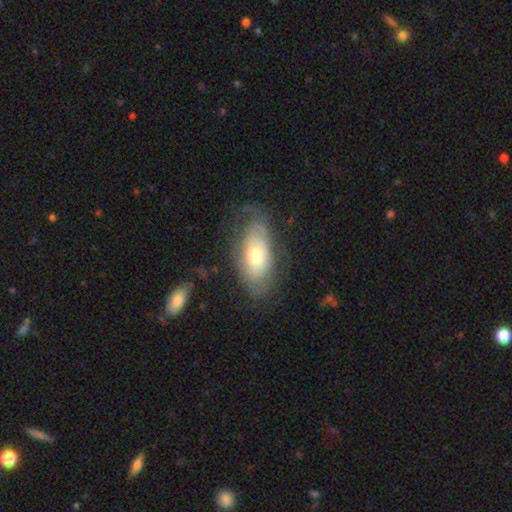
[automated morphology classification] smooth-or-featured: featured or disk: 50% | smooth: 44% | star or artifact: 6%
  merging: none: 59% | minor disturbance: 25% | major disturbance: 15% | merger: 2%